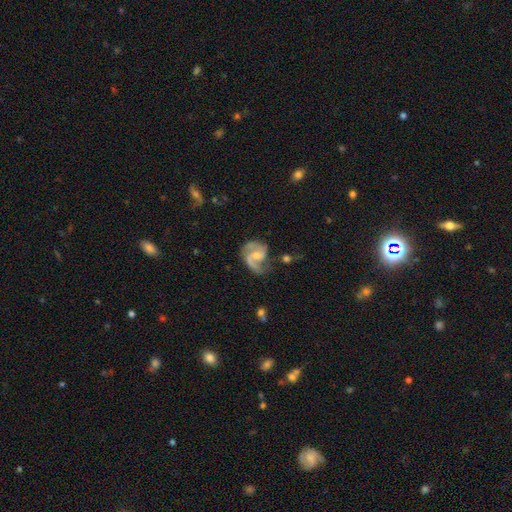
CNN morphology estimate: smooth_or_featured: featured or disk (p=0.88) [alt: smooth p=0.07]
disk_edge_on: no (p=0.98) [alt: yes p=0.02]
bar: weak (p=0.48) [alt: no p=0.41]
has_spiral_arms: yes (p=0.97) [alt: no p=0.03]
spiral_winding: medium (p=0.57) [alt: loose p=0.25]
spiral_arm_count: 2 (p=0.87) [alt: 1 p=0.05]
bulge_size: small (p=0.45) [alt: moderate p=0.34]
merging: none (p=0.59) [alt: minor disturbance p=0.22]